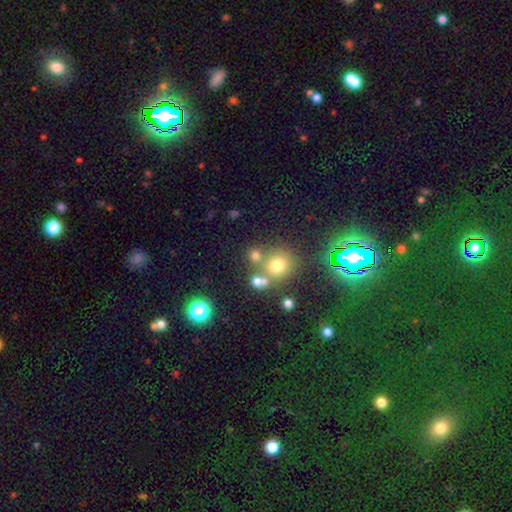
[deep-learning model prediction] smooth_or_featured: smooth (p=0.67) [alt: star or artifact p=0.22]
how_rounded: round (p=0.85) [alt: in between p=0.14]
merging: none (p=0.63) [alt: merger p=0.24]